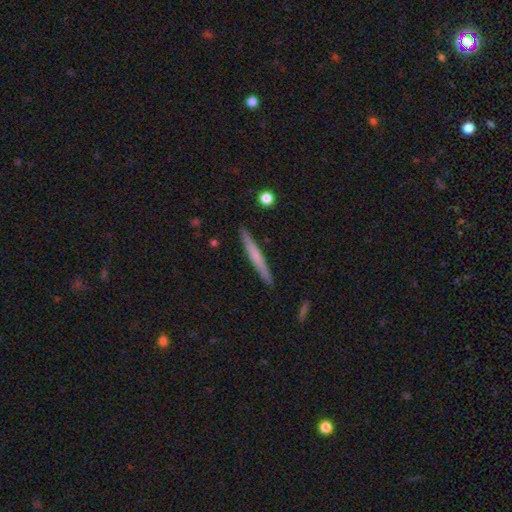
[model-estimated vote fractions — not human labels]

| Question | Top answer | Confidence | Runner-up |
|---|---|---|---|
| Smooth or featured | smooth | 52% | featured or disk (43%) |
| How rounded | cigar-shaped | 96% | in between (2%) |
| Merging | none | 91% | minor disturbance (6%) |